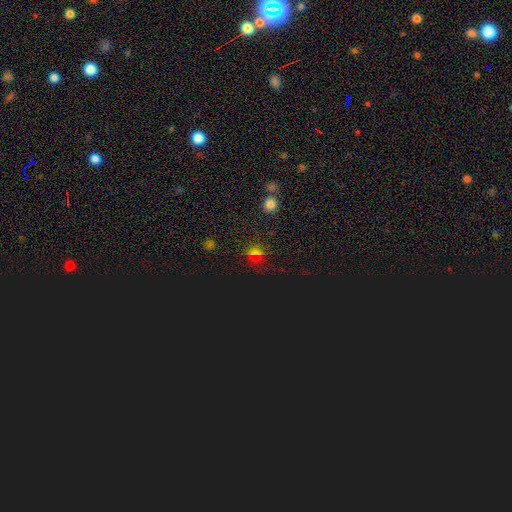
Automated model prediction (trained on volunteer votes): A star or artifact, not a galaxy (52%).